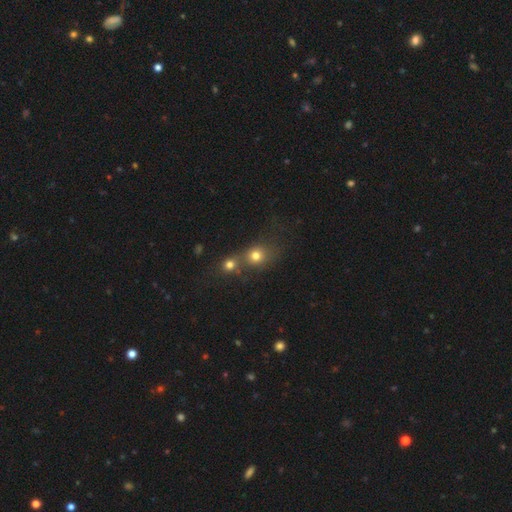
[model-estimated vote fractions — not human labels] Morphology: type=smooth (73%); roundness=round (78%); merging=merger (50%).